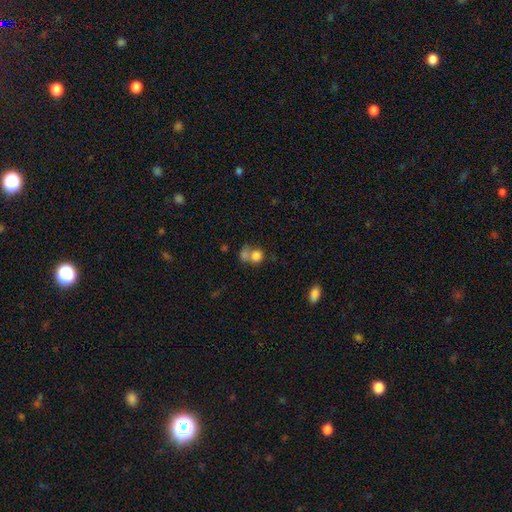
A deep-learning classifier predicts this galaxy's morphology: Q: Smooth or featured?
A: smooth (79%); runner-up: featured or disk (11%)
Q: How rounded?
A: round (71%); runner-up: in between (28%)
Q: Merging?
A: merger (53%); runner-up: none (32%)